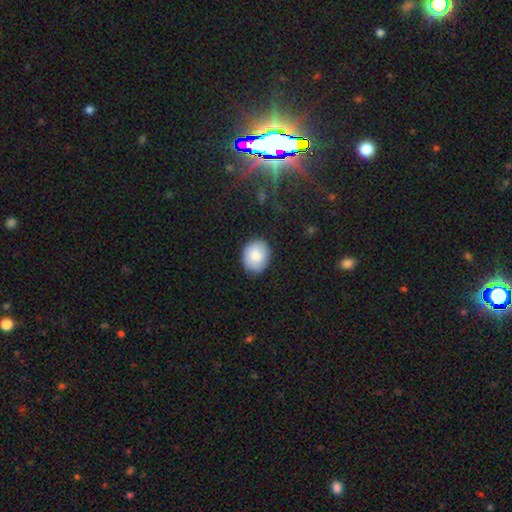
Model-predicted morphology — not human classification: Smooth or featured? smooth (83%)
How rounded? round (59%)
Merging? none (85%)